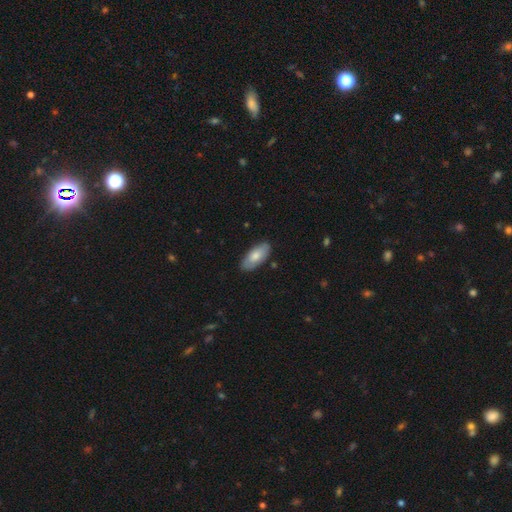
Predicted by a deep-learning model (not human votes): This appears to be a smooth galaxy with no disk features (75%) that is in between round and cigar-shaped (89%). Merging: none (83%).